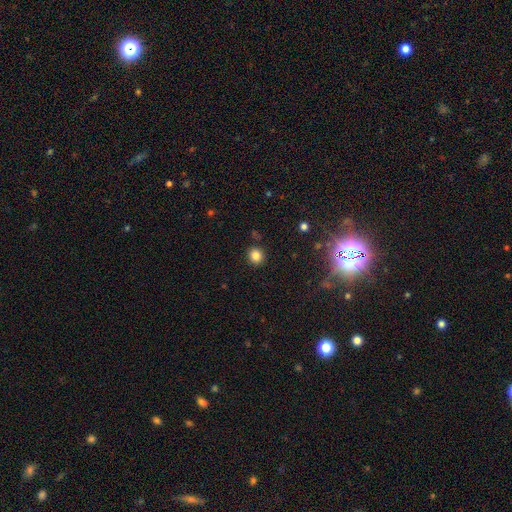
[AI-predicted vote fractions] smooth_or_featured: smooth (p=0.83) [alt: star or artifact p=0.12]
how_rounded: round (p=0.87) [alt: in between p=0.12]
merging: none (p=0.89) [alt: minor disturbance p=0.07]